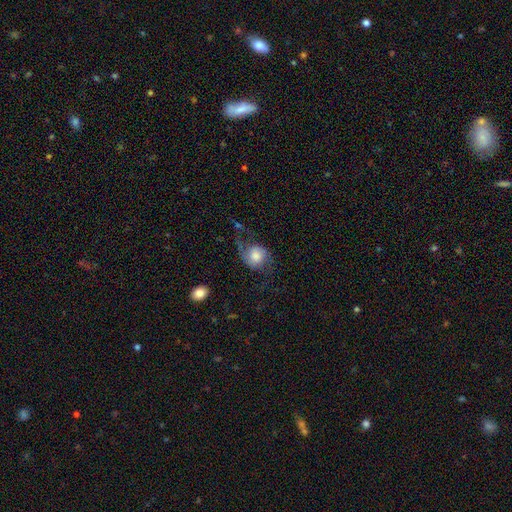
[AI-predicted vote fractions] Overall: featured or disk (54%; smooth 38%). Edge-on disk: no (96%). Bar: no (71%). Spiral arms: yes (89%). Bulge size: moderate (36%, tied with large). Merging: none (42%; major disturbance 34%).